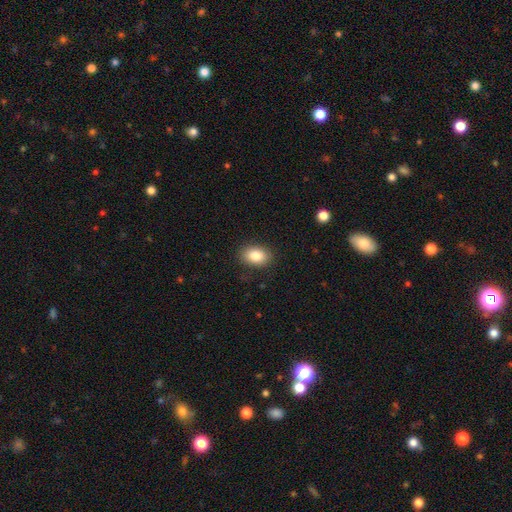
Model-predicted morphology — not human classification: Smooth or featured?
  - smooth: 85% *
  - star or artifact: 8%
  - featured or disk: 7%
How rounded?
  - in between: 83% *
  - round: 16%
  - cigar-shaped: 1%
Merging?
  - none: 87% *
  - minor disturbance: 9%
  - major disturbance: 3%
  - merger: 1%